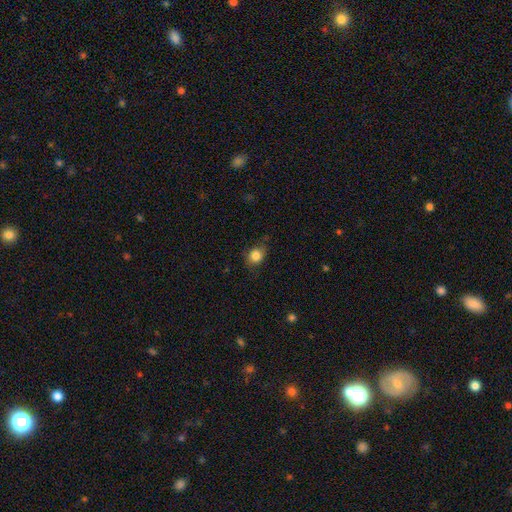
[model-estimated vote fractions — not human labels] A smooth galaxy with no disk features (84%) that is round (71%). Merging: none (74%).